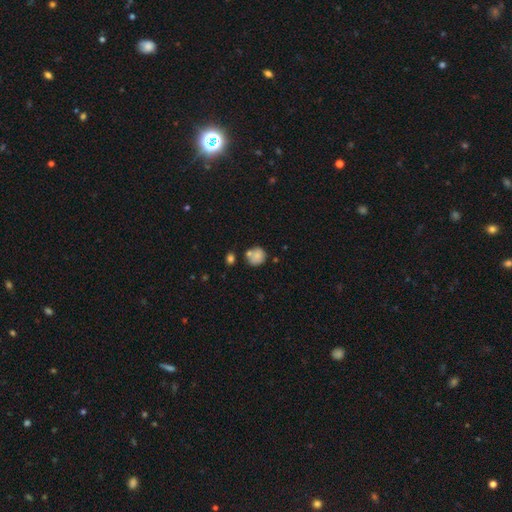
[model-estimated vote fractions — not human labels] Smooth or featured?
  - smooth: 77% *
  - featured or disk: 14%
  - star or artifact: 9%
How rounded?
  - round: 80% *
  - in between: 19%
  - cigar-shaped: 1%
Merging?
  - none: 57% *
  - merger: 21%
  - minor disturbance: 17%
  - major disturbance: 5%